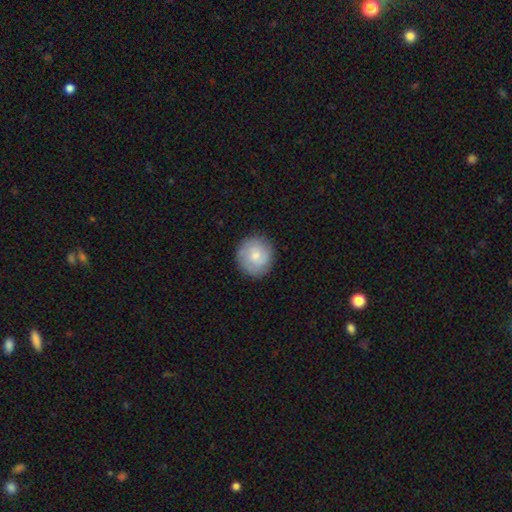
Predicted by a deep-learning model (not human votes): Smooth or featured? smooth (65%)
How rounded? round (91%)
Merging? none (85%)